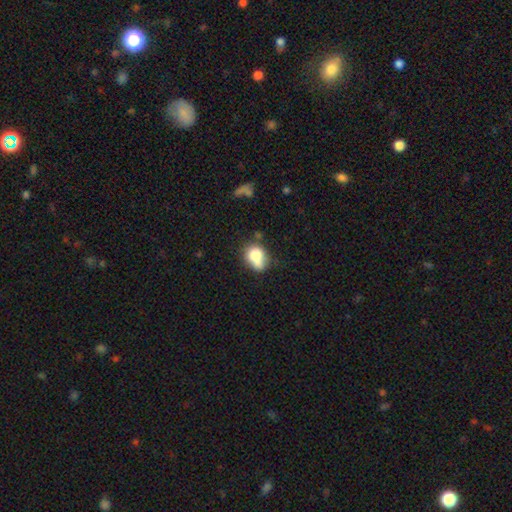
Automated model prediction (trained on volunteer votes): smooth-or-featured: smooth: 76% | featured or disk: 15% | star or artifact: 10%
  how-rounded: round: 51% | in between: 48% | cigar-shaped: 1%
  merging: none: 37% | merger: 33% | minor disturbance: 20% | major disturbance: 9%